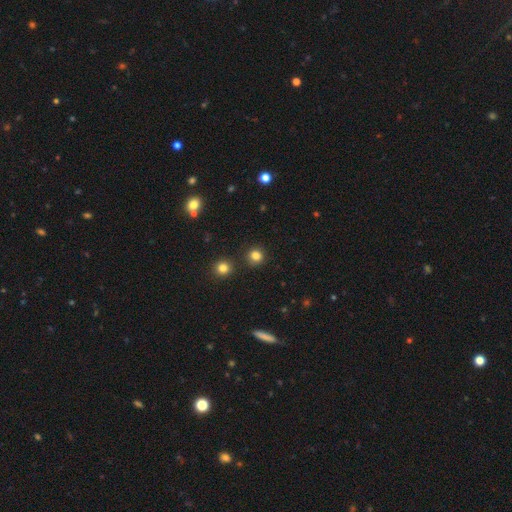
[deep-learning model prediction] smooth 82%, star or artifact 14%, featured or disk 4%. Down the decision tree: how rounded — round (92%); merging — none (89%).